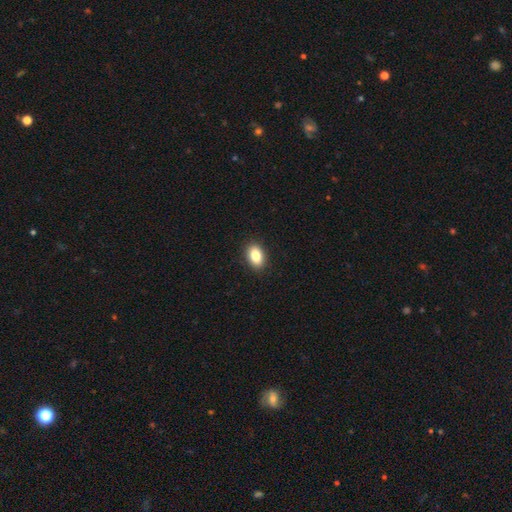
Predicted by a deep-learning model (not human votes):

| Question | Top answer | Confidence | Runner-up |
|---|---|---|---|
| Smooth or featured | smooth | 86% | star or artifact (8%) |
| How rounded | in between | 88% | round (11%) |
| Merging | none | 90% | minor disturbance (7%) |